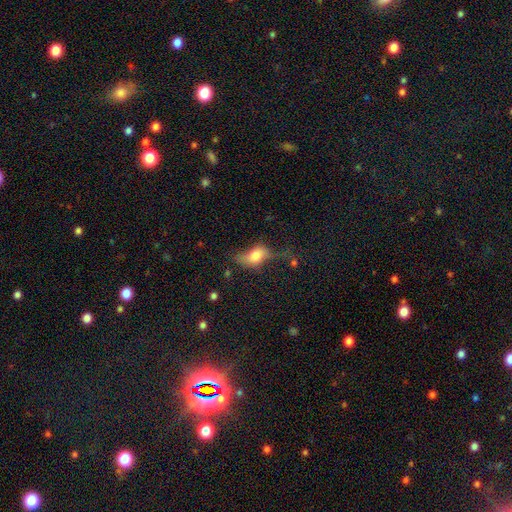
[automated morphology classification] Smooth or featured?
  - smooth: 63% *
  - featured or disk: 27%
  - star or artifact: 9%
How rounded?
  - in between: 82% *
  - round: 11%
  - cigar-shaped: 7%
Merging?
  - none: 35% *
  - major disturbance: 31%
  - minor disturbance: 30%
  - merger: 5%